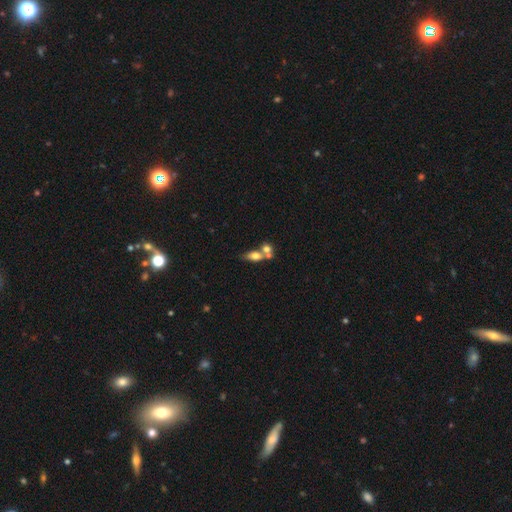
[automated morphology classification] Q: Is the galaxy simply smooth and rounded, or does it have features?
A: smooth — 63%.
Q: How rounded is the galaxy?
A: in between — 73%.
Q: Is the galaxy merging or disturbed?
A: merger — 50%.